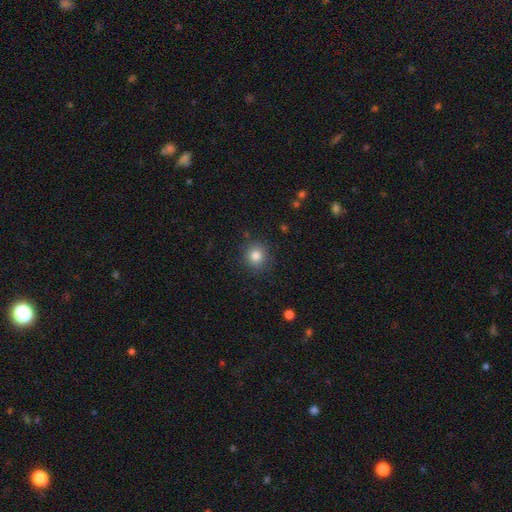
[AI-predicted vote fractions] This appears to be a smooth galaxy with no disk features (83%) that is round (88%). Merging: none (87%).